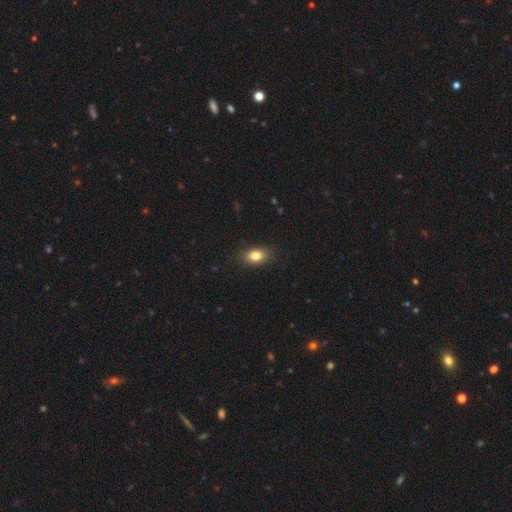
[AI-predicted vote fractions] Smooth or featured: smooth — 82% (star or artifact — 9%)
How rounded: in between — 84% (round — 13%)
Merging: none — 87% (minor disturbance — 10%)